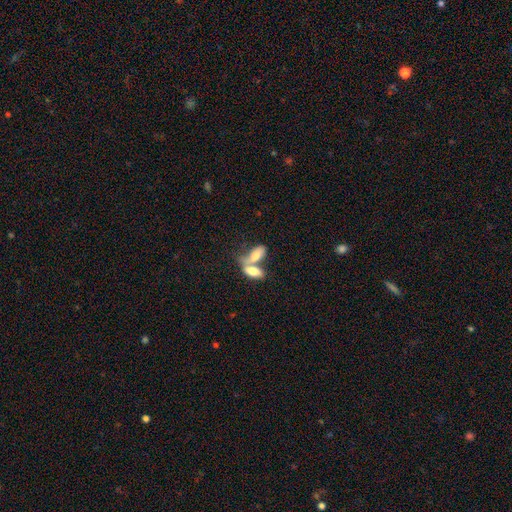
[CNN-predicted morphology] Smooth or featured: smooth — 76% (featured or disk — 18%)
How rounded: in between — 87% (cigar-shaped — 10%)
Merging: merger — 70% (none — 19%)